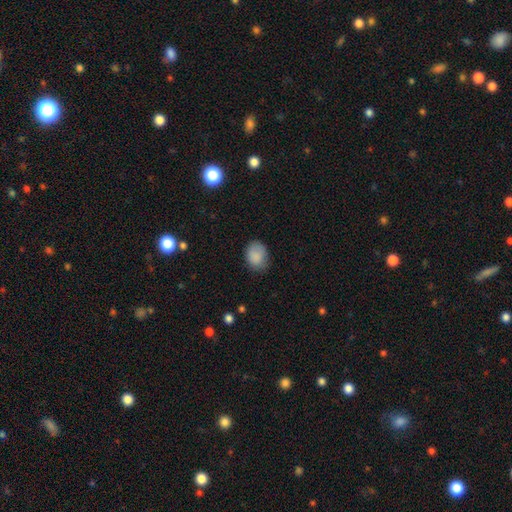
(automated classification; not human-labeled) Overall: smooth (86%). How rounded: in between (61%; round 38%). Merging: none (70%).